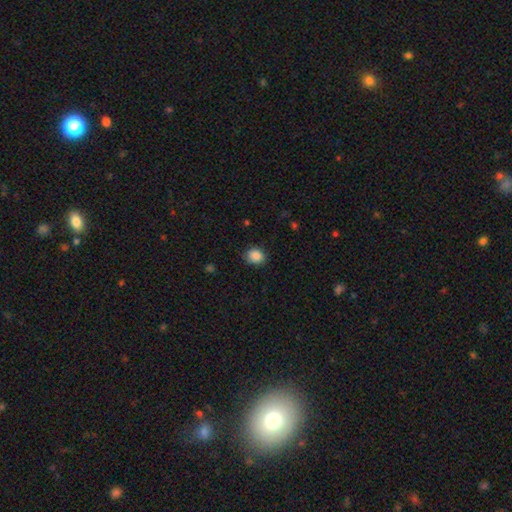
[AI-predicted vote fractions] smooth-or-featured: smooth: 87% | star or artifact: 9% | featured or disk: 4%
  how-rounded: round: 71% | in between: 28% | cigar-shaped: 1%
  merging: none: 82% | minor disturbance: 14% | major disturbance: 3% | merger: 1%